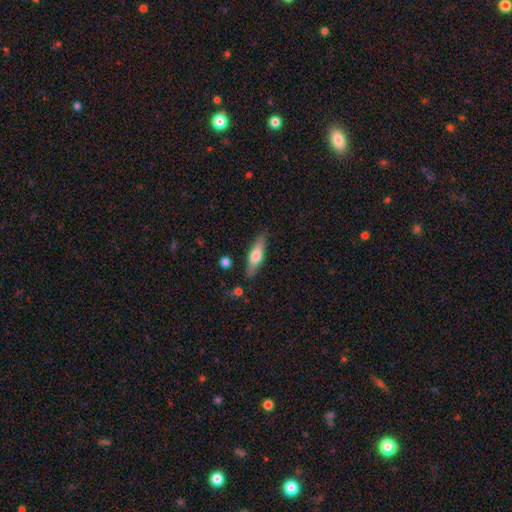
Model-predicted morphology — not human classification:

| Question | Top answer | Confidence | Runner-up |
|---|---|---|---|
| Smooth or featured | smooth | 56% | featured or disk (38%) |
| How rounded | cigar-shaped | 66% | in between (32%) |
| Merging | none | 84% | minor disturbance (11%) |